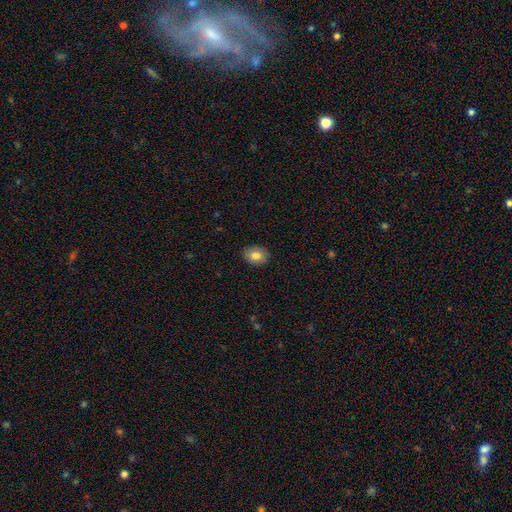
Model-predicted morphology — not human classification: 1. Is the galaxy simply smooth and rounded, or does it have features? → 83% smooth, 9% featured or disk, 8% star or artifact.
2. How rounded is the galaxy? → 63% in between, 36% round, 1% cigar-shaped.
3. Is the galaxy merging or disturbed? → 89% none, 8% minor disturbance, 2% major disturbance, 1% merger.